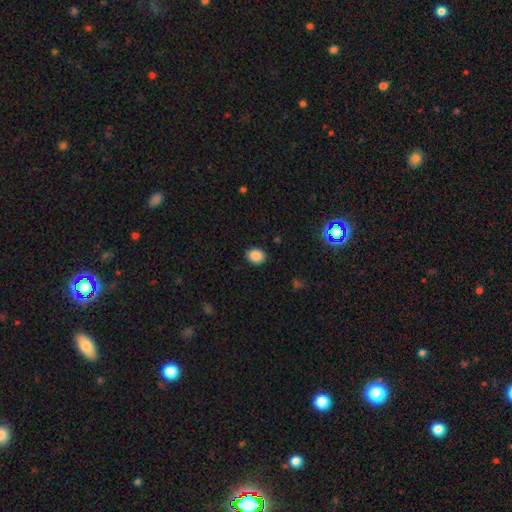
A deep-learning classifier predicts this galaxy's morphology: smooth_or_featured: smooth (p=0.87) [alt: star or artifact p=0.10]
how_rounded: in between (p=0.53) [alt: round p=0.46]
merging: none (p=0.87) [alt: minor disturbance p=0.09]